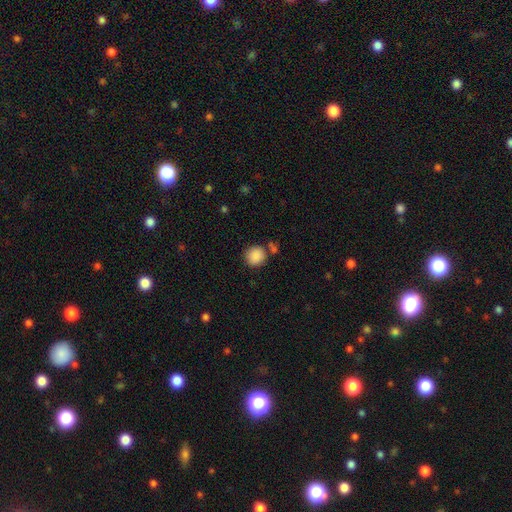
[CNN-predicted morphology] Smooth or featured? Predicted: smooth (p=0.88). How rounded? Predicted: round (p=0.88). Merging? Predicted: none (p=0.76).